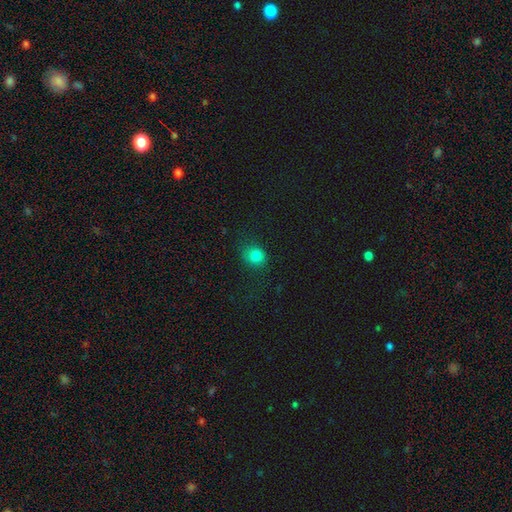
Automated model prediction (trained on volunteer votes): Smooth or featured? smooth (80%)
How rounded? round (71%)
Merging? none (69%)